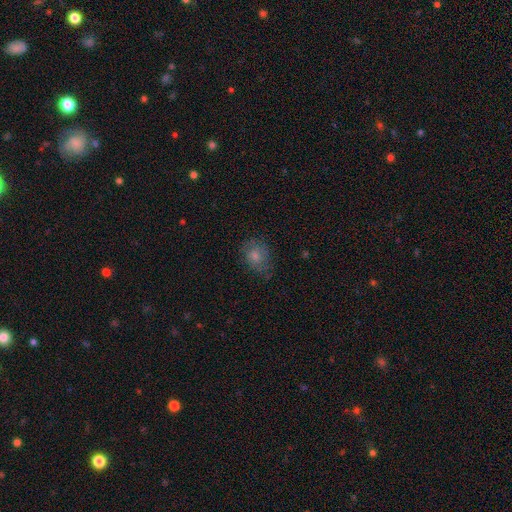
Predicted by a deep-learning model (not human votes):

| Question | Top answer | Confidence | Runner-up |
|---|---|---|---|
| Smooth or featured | smooth | 74% | featured or disk (16%) |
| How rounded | round | 51% | in between (48%) |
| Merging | none | 65% | minor disturbance (25%) |